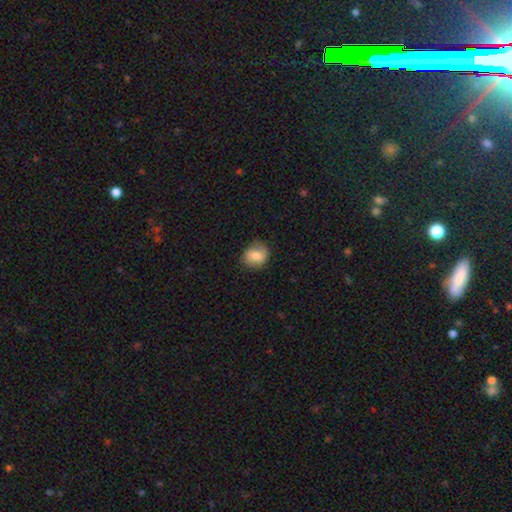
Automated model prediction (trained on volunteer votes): This is likely a smooth galaxy (77%). How rounded: likely round (65%). Merging: likely none (78%).